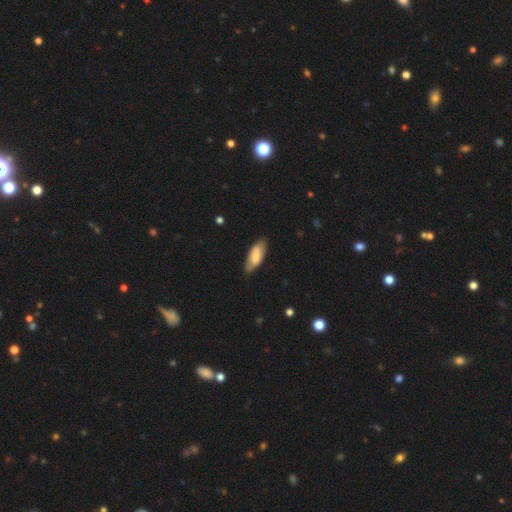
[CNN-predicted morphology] smooth-or-featured: smooth: 75% | featured or disk: 19% | star or artifact: 6%
  how-rounded: in between: 78% | cigar-shaped: 21% | round: 2%
  merging: none: 77% | minor disturbance: 18% | major disturbance: 4% | merger: 1%